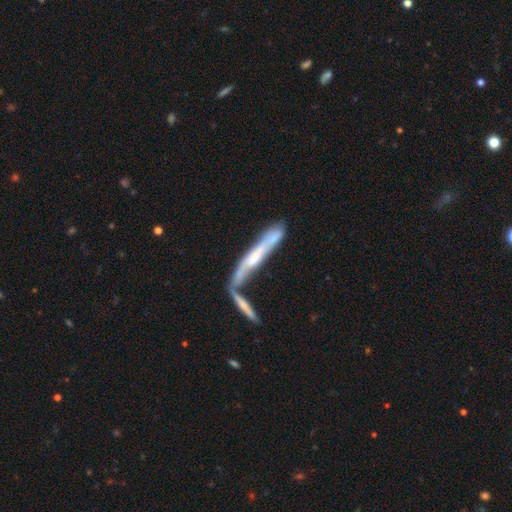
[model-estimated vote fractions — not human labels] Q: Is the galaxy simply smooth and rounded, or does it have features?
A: featured or disk — 60%.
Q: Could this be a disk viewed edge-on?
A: yes — 74%.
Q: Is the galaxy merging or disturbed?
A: merger — 47%.